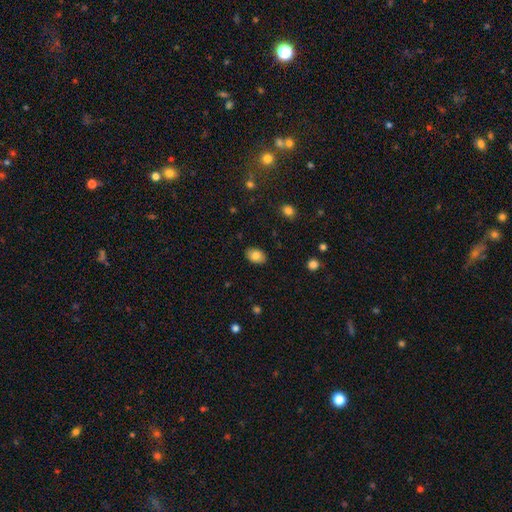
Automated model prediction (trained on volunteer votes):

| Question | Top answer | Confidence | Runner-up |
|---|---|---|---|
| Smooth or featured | smooth | 82% | featured or disk (10%) |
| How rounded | in between | 82% | round (17%) |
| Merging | none | 87% | minor disturbance (10%) |